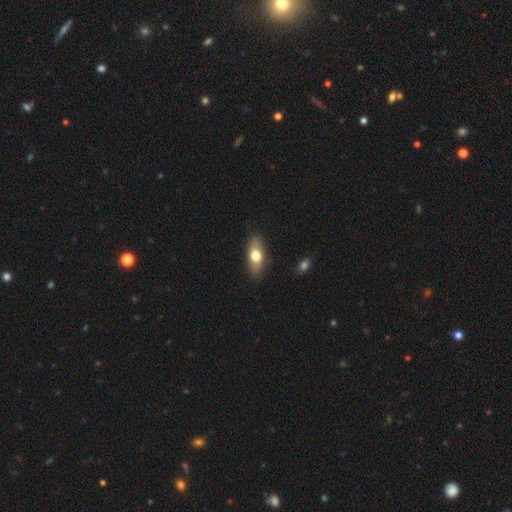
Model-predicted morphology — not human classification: A smooth galaxy with no disk features (69%) that is in between round and cigar-shaped (78%). Merging: none (86%).